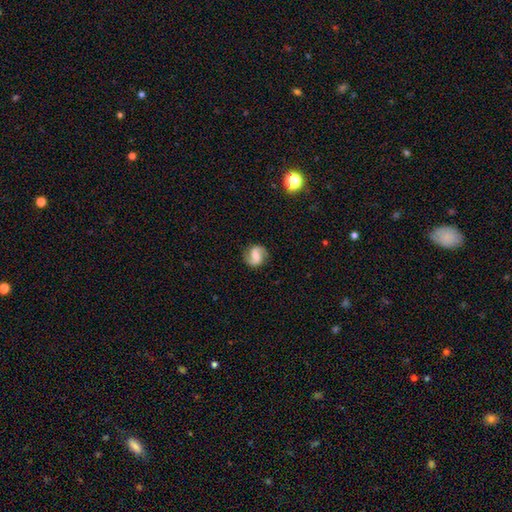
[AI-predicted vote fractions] Q: Smooth or featured?
A: featured or disk (77%); runner-up: smooth (16%)
Q: Edge-on disk?
A: no (98%); runner-up: yes (2%)
Q: Bar?
A: weak (46%); runner-up: no (32%)
Q: Spiral arms?
A: yes (96%); runner-up: no (4%)
Q: Spiral winding?
A: medium (47%); runner-up: loose (36%)
Q: Spiral arm count?
A: 2 (92%); runner-up: can't tell (3%)
Q: Bulge size?
A: moderate (46%); runner-up: small (32%)
Q: Merging?
A: none (85%); runner-up: minor disturbance (10%)